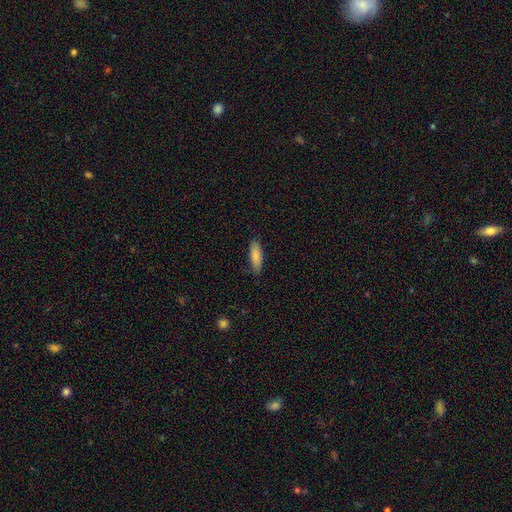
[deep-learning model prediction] Morphology: type=smooth (86%); roundness=in between (56%); merging=none (80%).